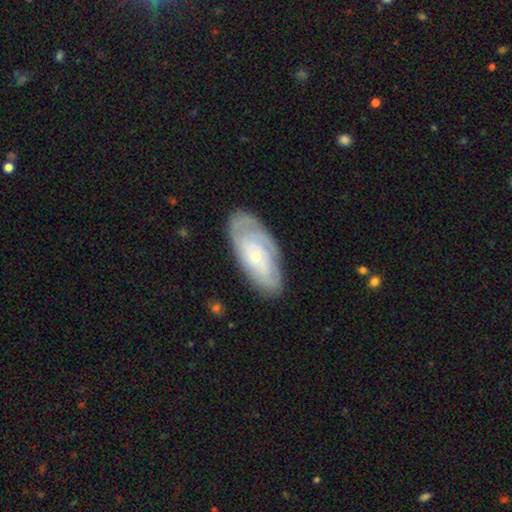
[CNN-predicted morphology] smooth_or_featured: featured or disk (p=0.66) [alt: smooth p=0.28]
disk_edge_on: no (p=0.92) [alt: yes p=0.08]
bar: no (p=0.76) [alt: weak p=0.19]
has_spiral_arms: yes (p=0.84) [alt: no p=0.16]
spiral_winding: tight (p=0.68) [alt: medium p=0.24]
spiral_arm_count: can't tell (p=0.53) [alt: 2 p=0.22]
bulge_size: small (p=0.73) [alt: moderate p=0.22]
merging: none (p=0.74) [alt: minor disturbance p=0.19]